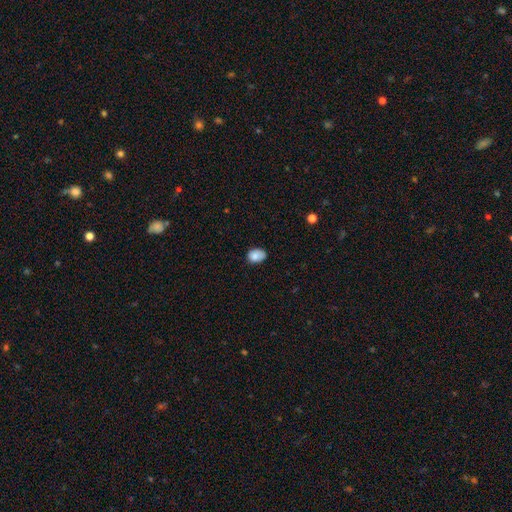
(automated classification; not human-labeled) smooth-or-featured: smooth: 83% | star or artifact: 9% | featured or disk: 8%
  how-rounded: in between: 72% | round: 27% | cigar-shaped: 1%
  merging: none: 63% | minor disturbance: 29% | major disturbance: 6% | merger: 2%